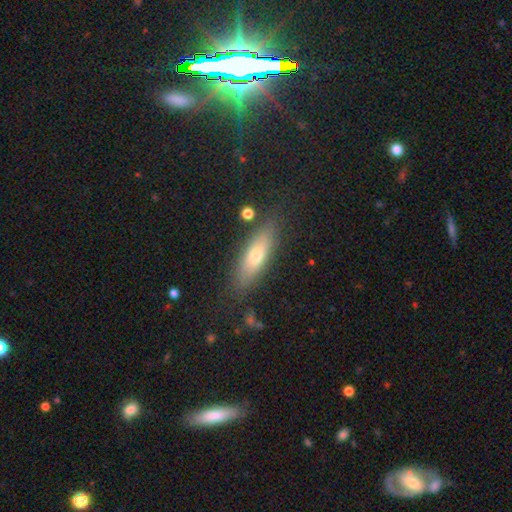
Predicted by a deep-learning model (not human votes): smooth 62%, featured or disk 27%, star or artifact 11%. Down the decision tree: how rounded — in between (49%); merging — none (84%).